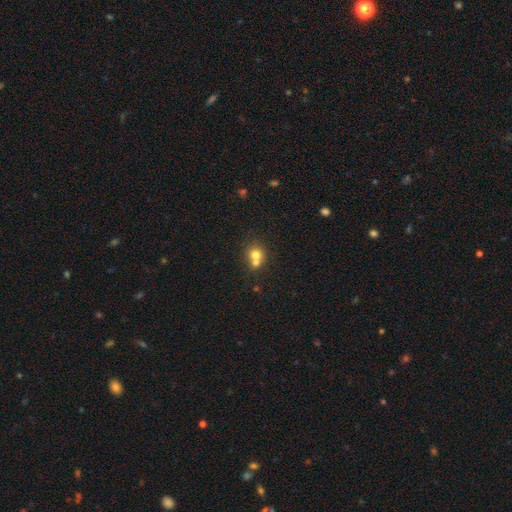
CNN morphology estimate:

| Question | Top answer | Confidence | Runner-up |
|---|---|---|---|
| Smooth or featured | smooth | 73% | featured or disk (15%) |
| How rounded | round | 82% | in between (17%) |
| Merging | merger | 52% | none (39%) |